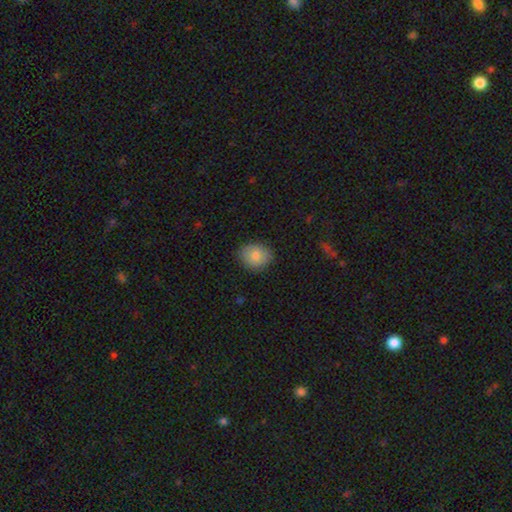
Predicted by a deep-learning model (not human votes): Smooth or featured? Predicted: smooth (p=0.83). How rounded? Predicted: round (p=0.54). Merging? Predicted: none (p=0.84).